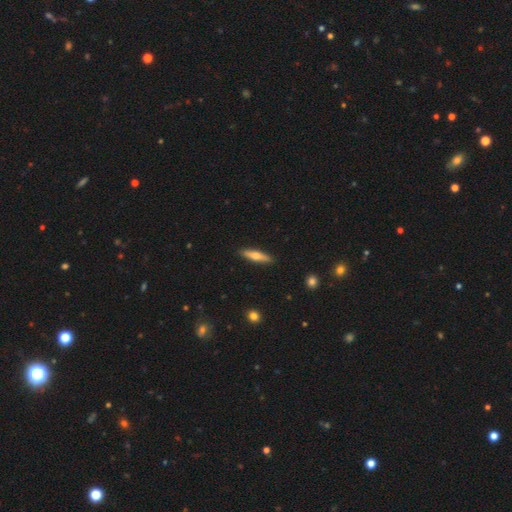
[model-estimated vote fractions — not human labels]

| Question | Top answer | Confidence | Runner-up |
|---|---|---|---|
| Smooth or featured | smooth | 63% | featured or disk (32%) |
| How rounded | cigar-shaped | 78% | in between (20%) |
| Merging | none | 90% | minor disturbance (7%) |